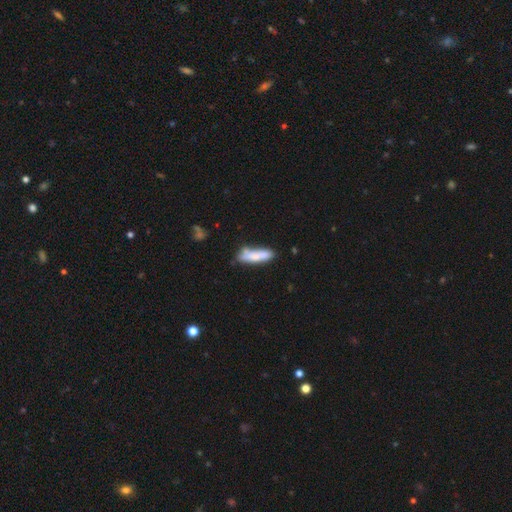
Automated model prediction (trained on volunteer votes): The model was most divided on "how rounded": cigar-shaped: 65%, in between: 33%, round: 2%. More confident: smooth or featured — smooth (73%); merging — none (57%).